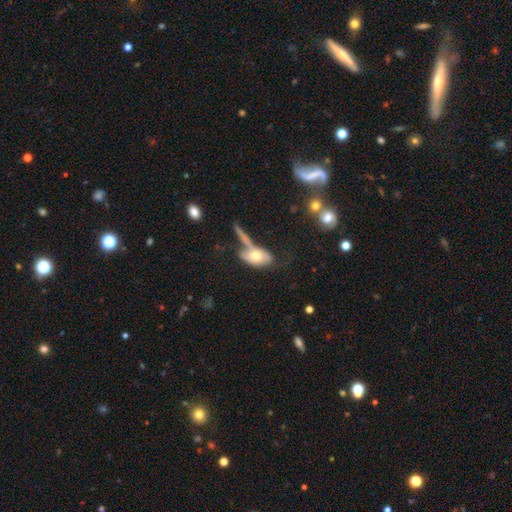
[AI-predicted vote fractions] This appears to be a smooth galaxy with no disk features (63%) that is in between round and cigar-shaped (86%). Merging: merger (35%).